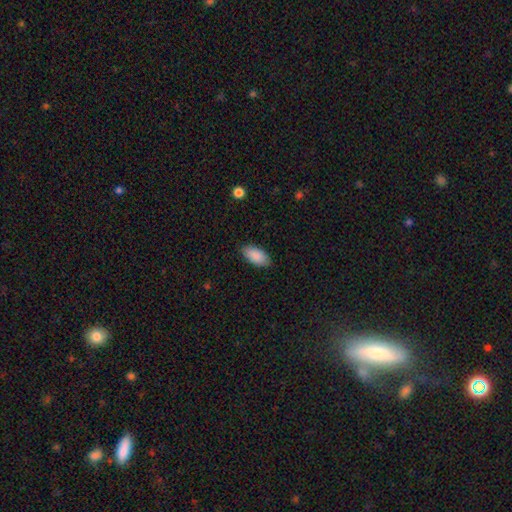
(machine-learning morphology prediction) The model was most divided on "merging": none: 86%, minor disturbance: 11%, major disturbance: 2%, merger: 1%. More confident: how rounded — in between (93%); smooth or featured — smooth (89%).